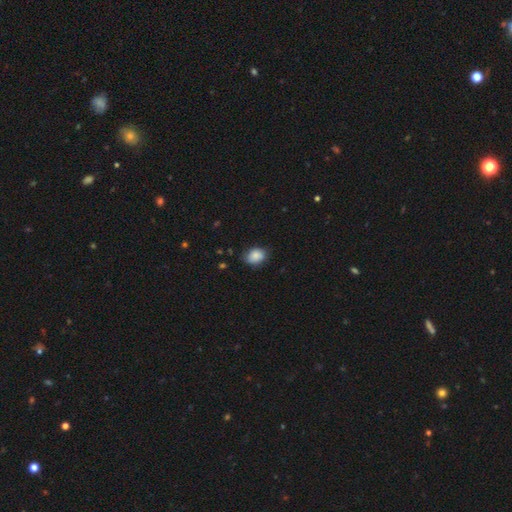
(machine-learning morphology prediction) type=smooth (85%); roundness=in between (64%); merging=none (72%).